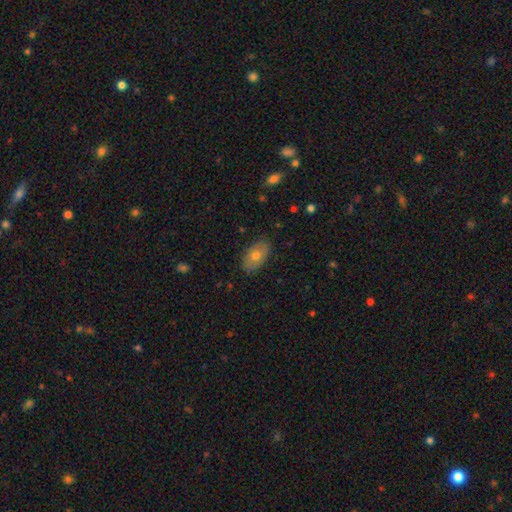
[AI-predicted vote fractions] Smooth or featured? smooth (64%)
How rounded? in between (91%)
Merging? none (84%)